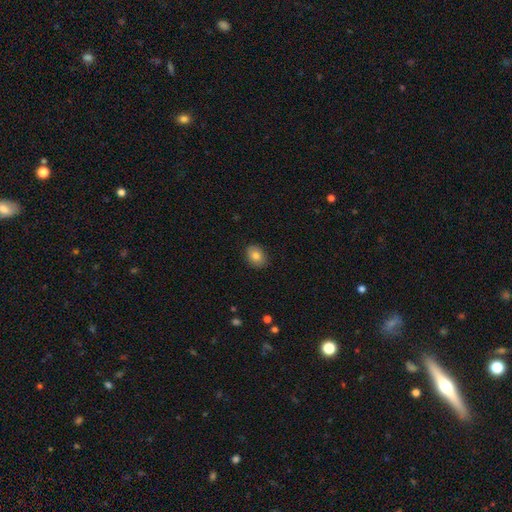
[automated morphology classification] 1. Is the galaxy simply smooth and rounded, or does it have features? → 81% smooth, 10% featured or disk, 9% star or artifact.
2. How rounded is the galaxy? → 62% in between, 36% round, 1% cigar-shaped.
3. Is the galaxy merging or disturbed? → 87% none, 10% minor disturbance, 2% major disturbance, 1% merger.